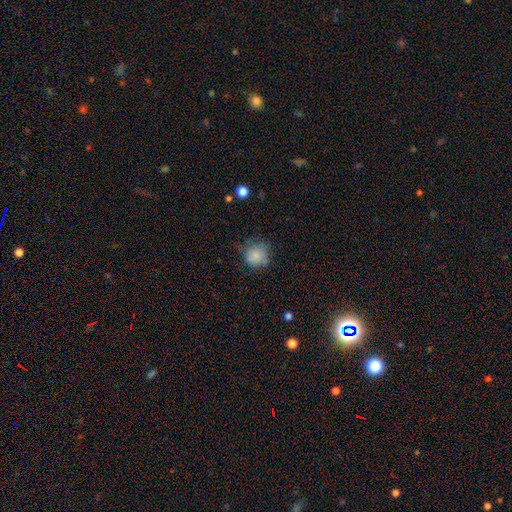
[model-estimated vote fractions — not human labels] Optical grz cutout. It shows a smooth galaxy with no disk features (79%) that is round (83%). Merging: none (58%).